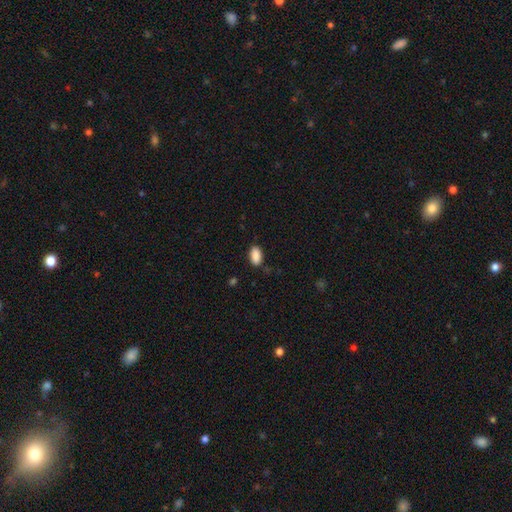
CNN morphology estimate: smooth_or_featured: smooth (p=0.89) [alt: star or artifact p=0.07]
how_rounded: in between (p=0.93) [alt: round p=0.04]
merging: none (p=0.84) [alt: minor disturbance p=0.12]